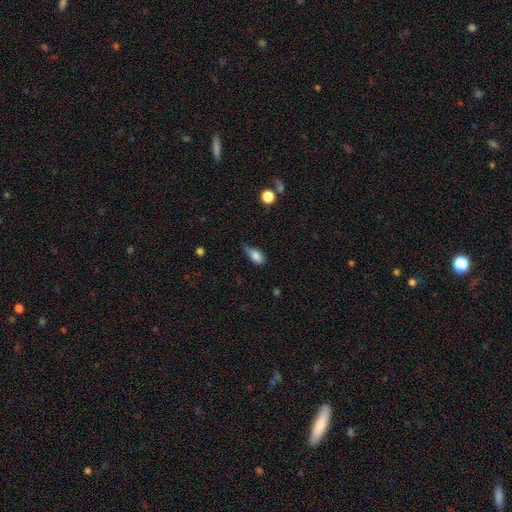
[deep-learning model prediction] Morphology: type=smooth (80%); roundness=in between (86%); merging=minor disturbance (44%).